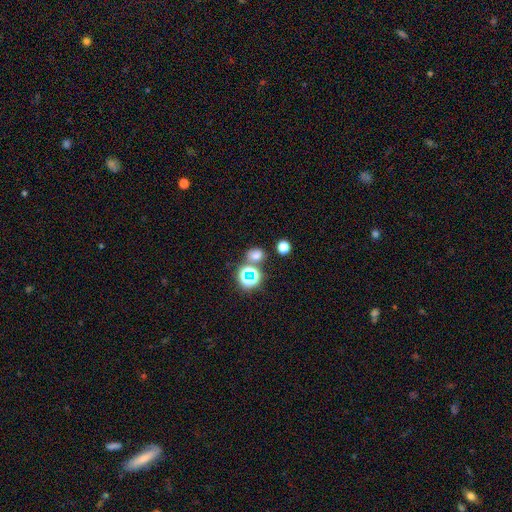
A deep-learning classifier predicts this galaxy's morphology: type=smooth (61%); roundness=round (66%); merging=none (68%).